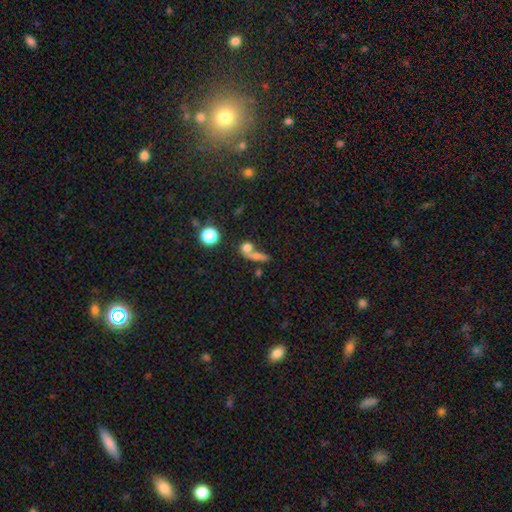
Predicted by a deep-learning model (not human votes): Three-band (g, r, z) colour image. It shows a smooth galaxy with no disk features (61%) that is round (42%). Merging: merger (45%).